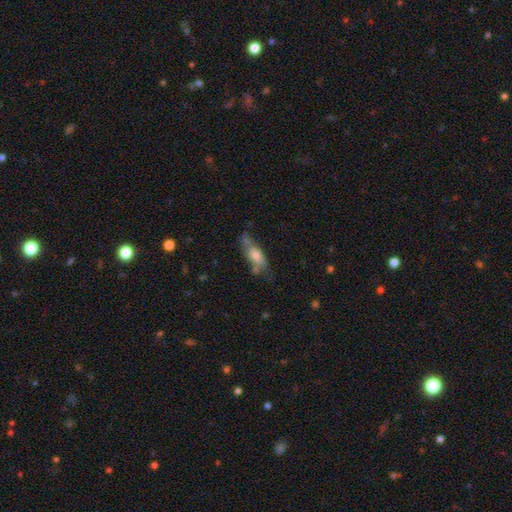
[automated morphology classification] Q: Smooth or featured?
A: smooth (62%); runner-up: featured or disk (30%)
Q: How rounded?
A: in between (69%); runner-up: cigar-shaped (27%)
Q: Merging?
A: none (40%); runner-up: minor disturbance (29%)